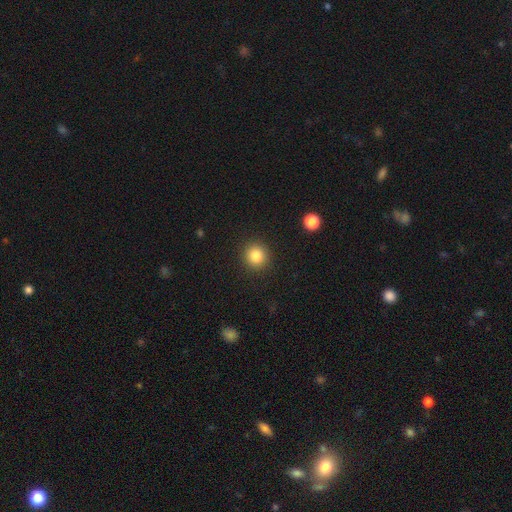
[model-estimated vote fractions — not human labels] Smooth or featured?
  - smooth: 83% *
  - star or artifact: 11%
  - featured or disk: 6%
How rounded?
  - round: 93% *
  - in between: 6%
  - cigar-shaped: 1%
Merging?
  - none: 92% *
  - minor disturbance: 5%
  - major disturbance: 2%
  - merger: 1%